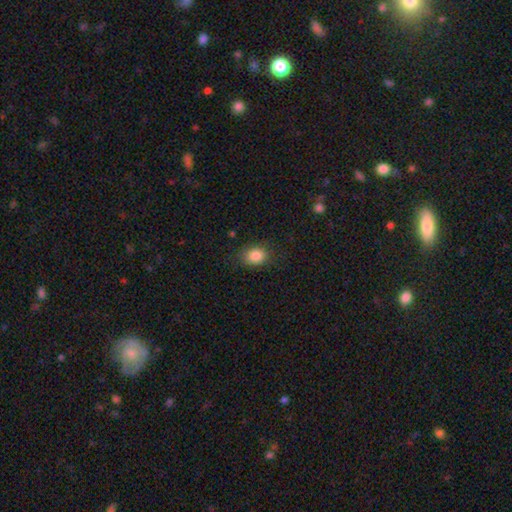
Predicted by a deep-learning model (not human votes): Smooth or featured: smooth — 85% (star or artifact — 9%)
How rounded: in between — 55% (round — 44%)
Merging: none — 80% (minor disturbance — 15%)